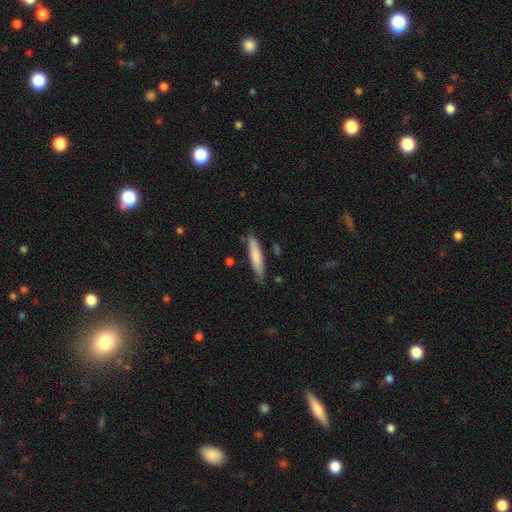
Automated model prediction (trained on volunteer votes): Smooth or featured? smooth (79%)
How rounded? cigar-shaped (85%)
Merging? none (79%)